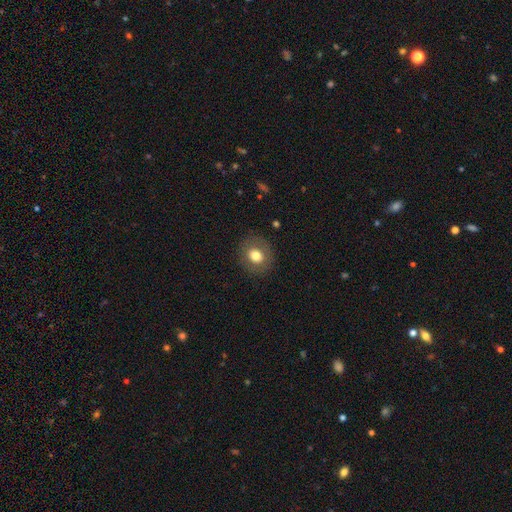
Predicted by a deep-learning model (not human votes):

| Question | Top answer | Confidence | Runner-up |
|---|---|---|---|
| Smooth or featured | smooth | 73% | featured or disk (18%) |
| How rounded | round | 70% | in between (29%) |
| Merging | none | 86% | minor disturbance (9%) |